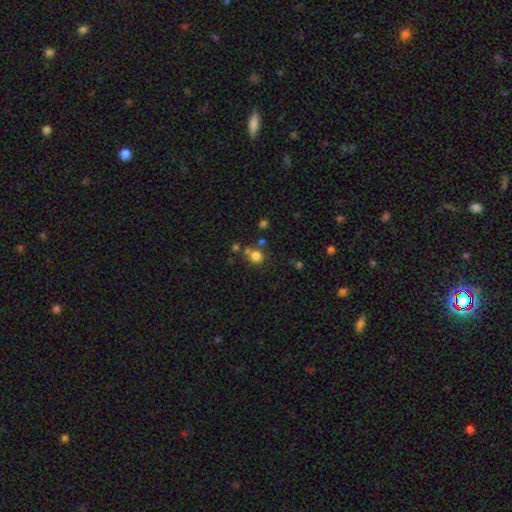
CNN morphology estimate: Smooth or featured: smooth — 76% (star or artifact — 15%)
How rounded: round — 80% (in between — 19%)
Merging: none — 57% (merger — 26%)